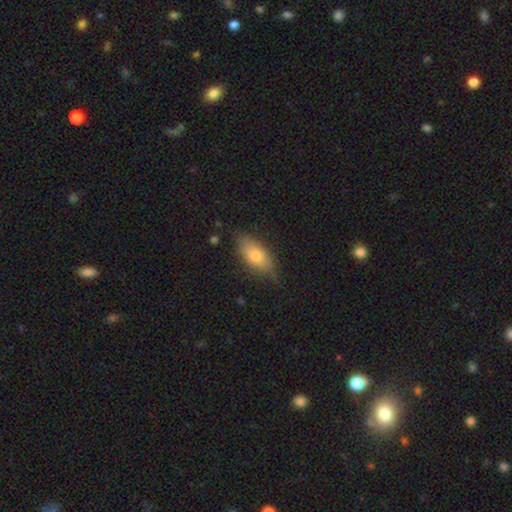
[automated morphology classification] Smooth or featured? Predicted: smooth (p=0.72). How rounded? Predicted: in between (p=0.84). Merging? Predicted: none (p=0.69).